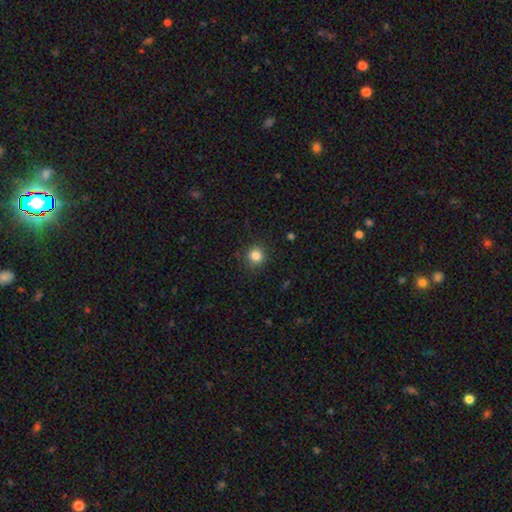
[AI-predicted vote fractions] Smooth or featured? smooth (84%)
How rounded? round (93%)
Merging? none (88%)